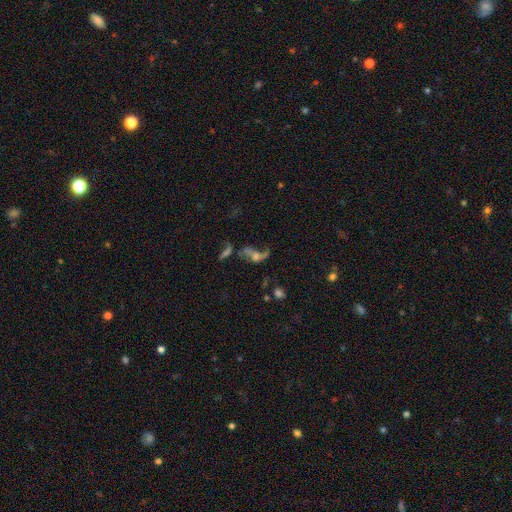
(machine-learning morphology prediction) Smooth or featured: featured or disk — 50% (smooth — 28%)
Edge-on disk: no — 90% (yes — 10%)
Merging: merger — 36% (major disturbance — 27%)